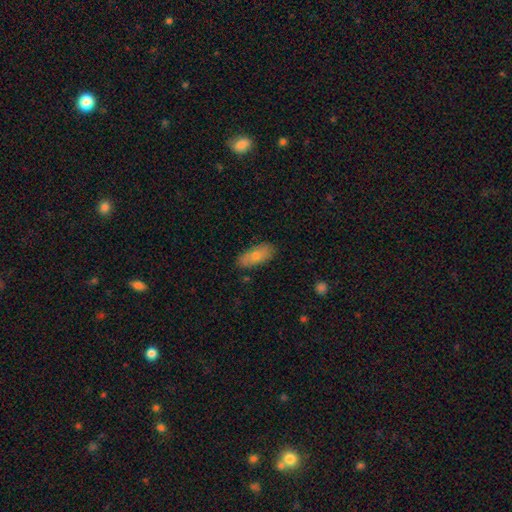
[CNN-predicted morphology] The model was most divided on "smooth or featured": smooth: 73%, featured or disk: 20%, star or artifact: 7%. More confident: how rounded — in between (84%); merging — none (83%).